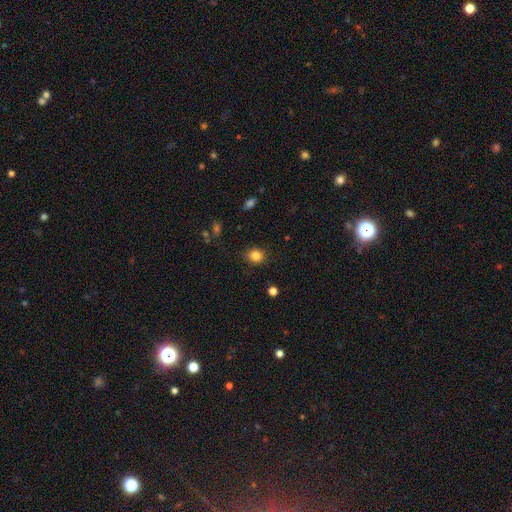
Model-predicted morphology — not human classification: smooth_or_featured: smooth (p=0.83) [alt: star or artifact p=0.12]
how_rounded: round (p=0.80) [alt: in between p=0.19]
merging: none (p=0.86) [alt: minor disturbance p=0.10]